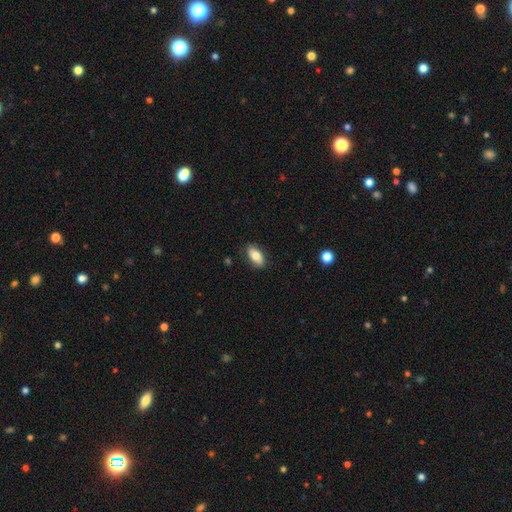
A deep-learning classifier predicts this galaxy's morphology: smooth_or_featured: smooth (p=0.80) [alt: featured or disk p=0.13]
how_rounded: in between (p=0.90) [alt: cigar-shaped p=0.07]
merging: none (p=0.85) [alt: minor disturbance p=0.12]